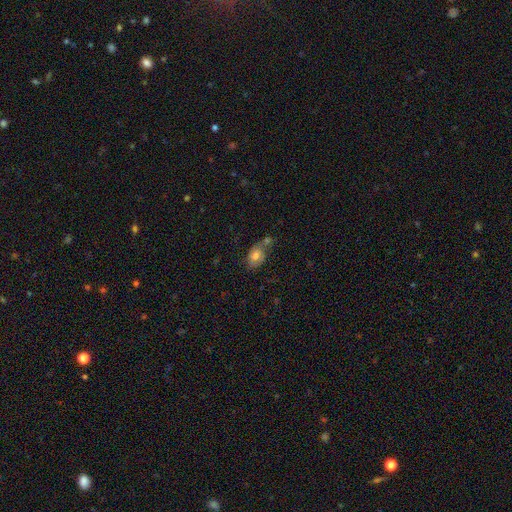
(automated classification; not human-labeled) Morphology: type=smooth (66%); roundness=in between (82%); merging=none (39%).